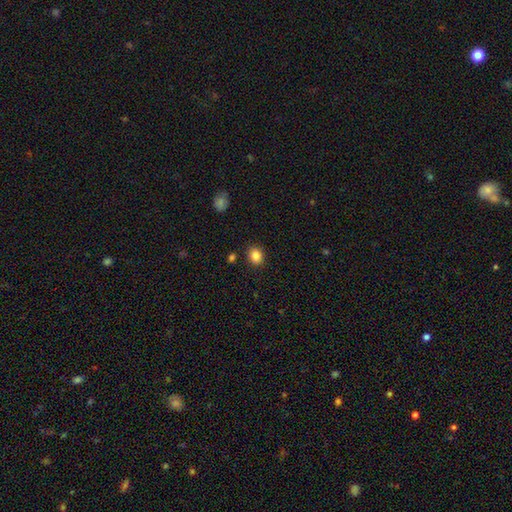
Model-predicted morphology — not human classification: The model was most divided on "how rounded": round: 64%, in between: 35%, cigar-shaped: 1%. More confident: merging — none (87%); smooth or featured — smooth (85%).